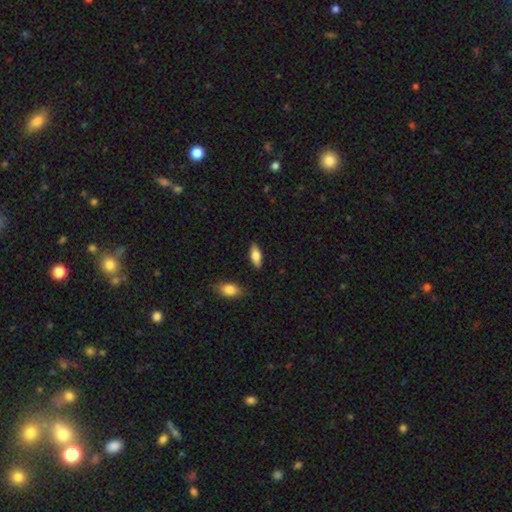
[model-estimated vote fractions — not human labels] Morphology: type=smooth (73%); roundness=in between (76%); merging=none (86%).